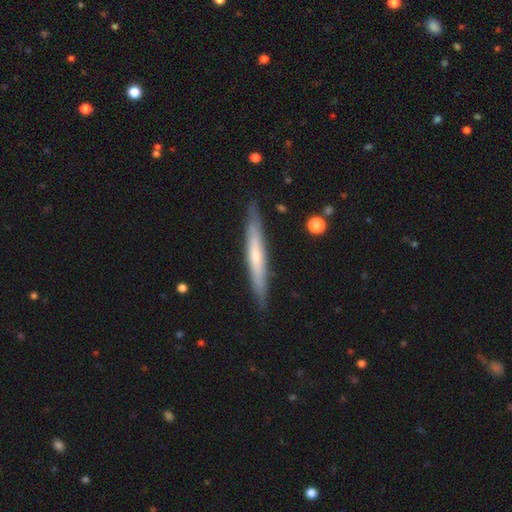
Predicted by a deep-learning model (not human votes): Q: Smooth or featured?
A: featured or disk (50%); runner-up: smooth (44%)
Q: Edge-on disk?
A: yes (92%); runner-up: no (8%)
Q: Merging?
A: none (88%); runner-up: minor disturbance (9%)